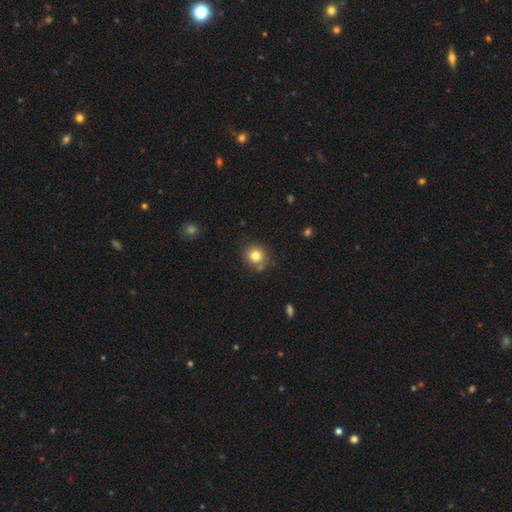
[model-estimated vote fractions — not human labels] Smooth or featured?
  - smooth: 80% *
  - star or artifact: 12%
  - featured or disk: 8%
How rounded?
  - round: 86% *
  - in between: 13%
  - cigar-shaped: 1%
Merging?
  - none: 79% *
  - minor disturbance: 12%
  - merger: 6%
  - major disturbance: 3%